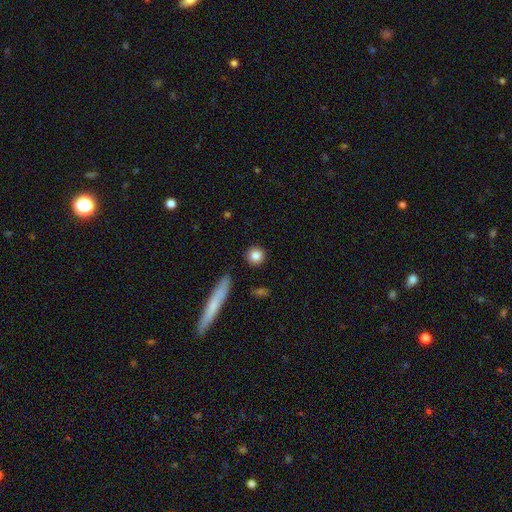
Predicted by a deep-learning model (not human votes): Smooth or featured? smooth (84%)
How rounded? round (88%)
Merging? none (88%)